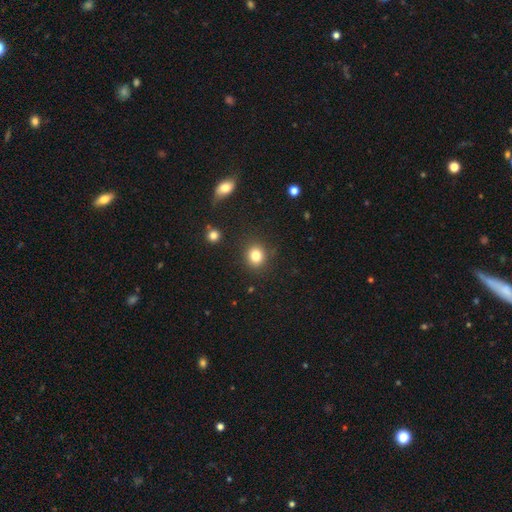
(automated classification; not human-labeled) Smooth or featured?
  - smooth: 83% *
  - star or artifact: 12%
  - featured or disk: 6%
How rounded?
  - round: 79% *
  - in between: 20%
  - cigar-shaped: 1%
Merging?
  - none: 87% *
  - minor disturbance: 8%
  - major disturbance: 3%
  - merger: 2%